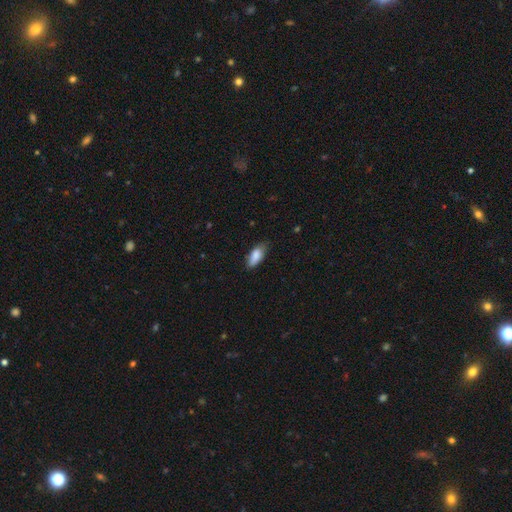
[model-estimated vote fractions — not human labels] smooth-or-featured: smooth: 85% | featured or disk: 8% | star or artifact: 7%
  how-rounded: in between: 83% | cigar-shaped: 15% | round: 2%
  merging: none: 70% | minor disturbance: 25% | major disturbance: 4% | merger: 1%